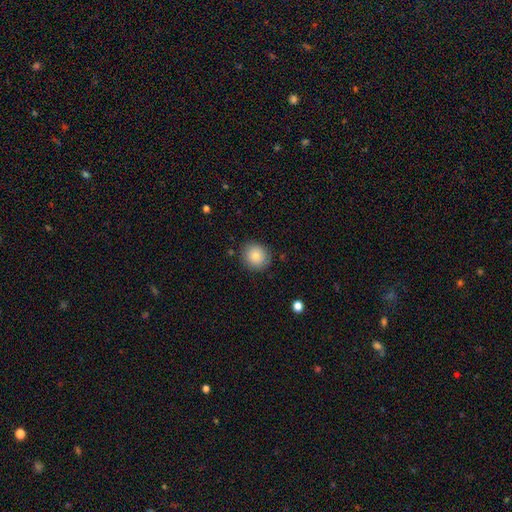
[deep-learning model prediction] smooth 80%, featured or disk 11%, star or artifact 9%. Down the decision tree: how rounded — round (84%); merging — none (85%).